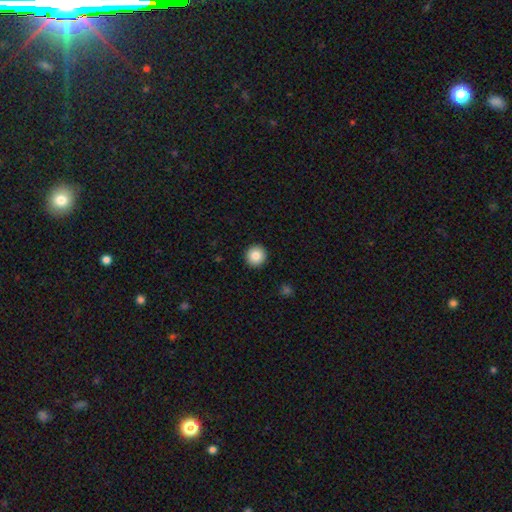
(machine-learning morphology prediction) smooth-or-featured: smooth: 85% | star or artifact: 9% | featured or disk: 6%
  how-rounded: round: 95% | in between: 4% | cigar-shaped: 1%
  merging: none: 93% | minor disturbance: 5% | major disturbance: 2% | merger: 1%